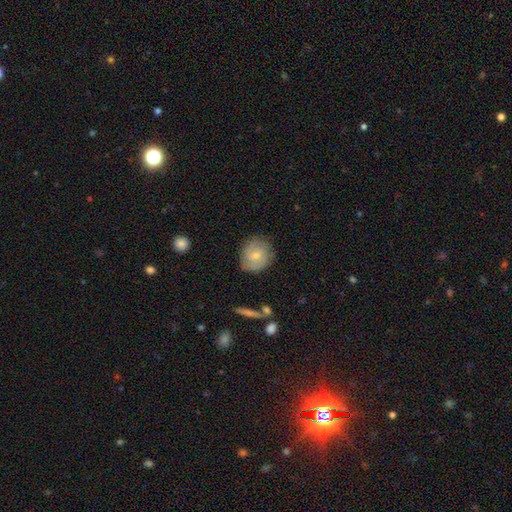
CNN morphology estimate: This is likely a smooth galaxy (61%). How rounded: clearly round (81%). Merging: likely none (74%).